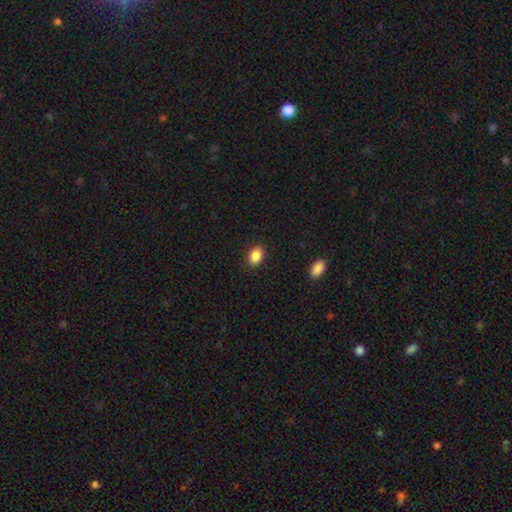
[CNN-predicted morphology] This appears to be a smooth galaxy with no disk features (87%) that is in between round and cigar-shaped (81%). Merging: none (89%).